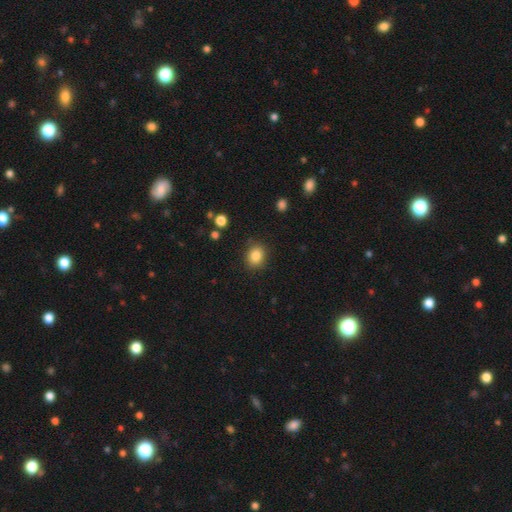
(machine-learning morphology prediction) A smooth galaxy with no disk features (85%) that is round (57%).

Vote fractions:
- Smooth or featured? smooth: 85% / star or artifact: 10% / featured or disk: 5%
- How rounded? round: 57% / in between: 42% / cigar-shaped: 1%
- Merging? none: 86% / minor disturbance: 10% / major disturbance: 3% / merger: 2%